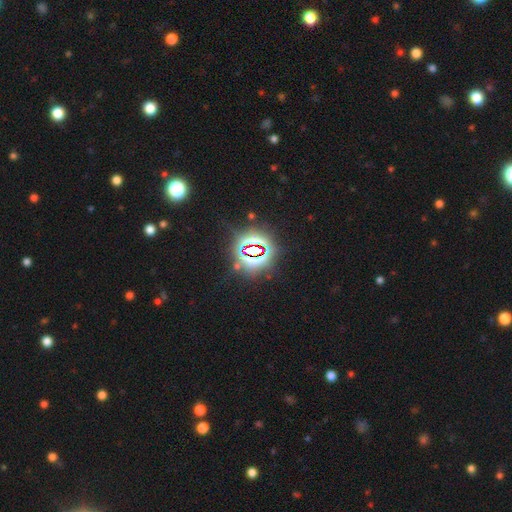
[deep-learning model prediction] A star or artifact, not a galaxy (80%).